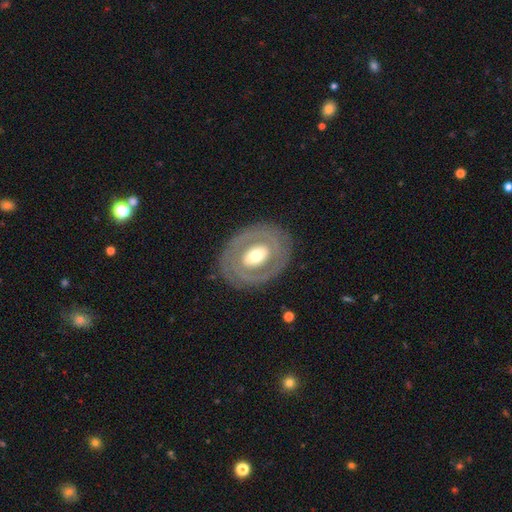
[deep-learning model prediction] A featured or disk galaxy (66%) with no bar (52%), no spiral arms (67%) and a moderate central bulge (60%). Merging: none (82%).